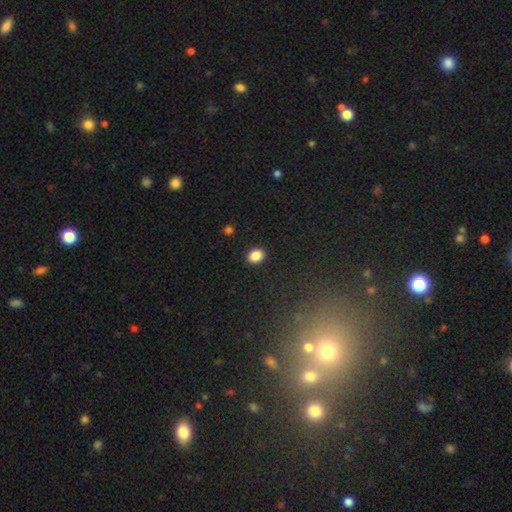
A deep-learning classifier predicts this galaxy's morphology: smooth-or-featured: smooth: 87% | star or artifact: 9% | featured or disk: 4%
  how-rounded: in between: 65% | round: 34% | cigar-shaped: 1%
  merging: none: 90% | minor disturbance: 7% | major disturbance: 2% | merger: 1%